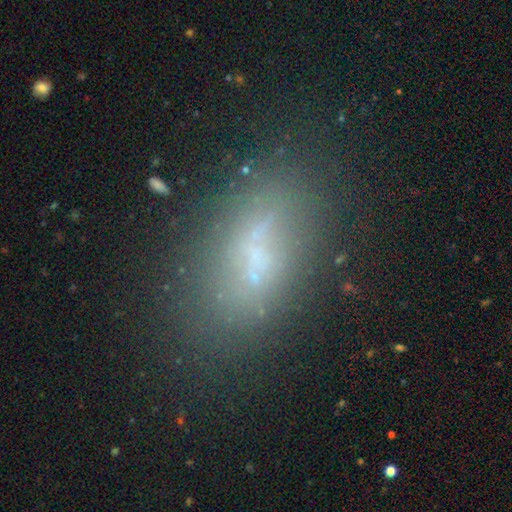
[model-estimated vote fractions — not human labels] smooth-or-featured: smooth: 47% | featured or disk: 38% | star or artifact: 15%
  merging: none: 62% | minor disturbance: 22% | major disturbance: 11% | merger: 5%